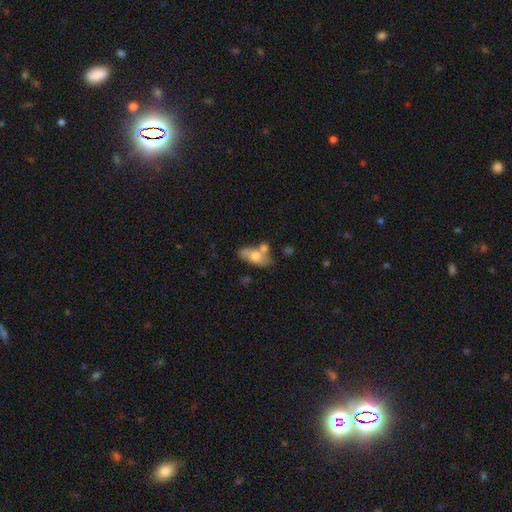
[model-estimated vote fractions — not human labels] Q: Smooth or featured?
A: smooth (66%); runner-up: featured or disk (27%)
Q: How rounded?
A: in between (83%); runner-up: cigar-shaped (10%)
Q: Merging?
A: none (40%); runner-up: merger (35%)